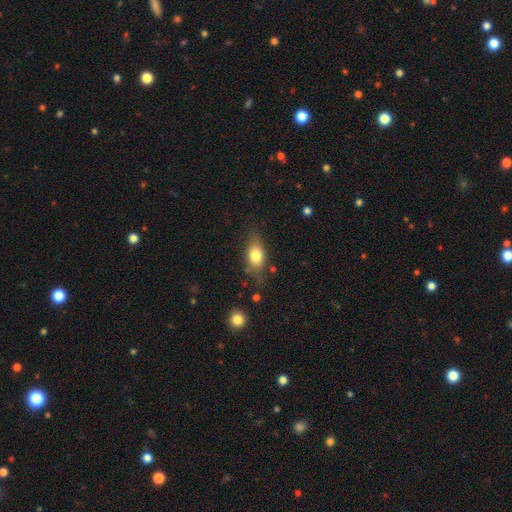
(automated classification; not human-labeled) Smooth or featured? smooth (74%)
How rounded? in between (78%)
Merging? none (69%)